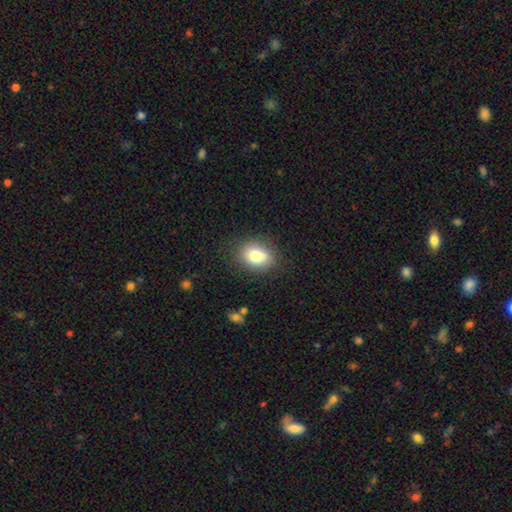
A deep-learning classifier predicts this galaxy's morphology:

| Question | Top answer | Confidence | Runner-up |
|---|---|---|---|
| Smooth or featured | smooth | 78% | featured or disk (11%) |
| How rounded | in between | 54% | round (45%) |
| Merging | none | 81% | minor disturbance (13%) |